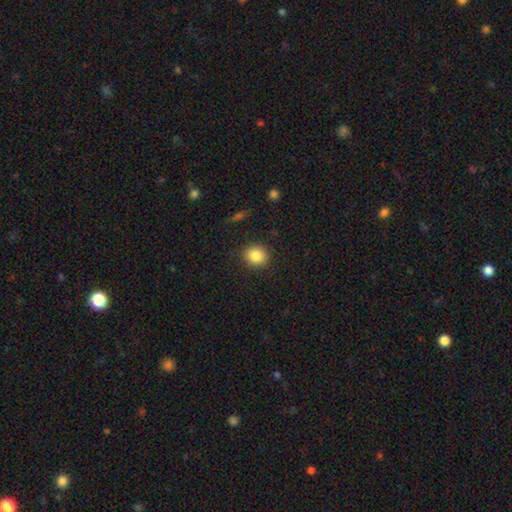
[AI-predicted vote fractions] smooth-or-featured: smooth: 85% | star or artifact: 9% | featured or disk: 6%
  how-rounded: round: 83% | in between: 16% | cigar-shaped: 1%
  merging: none: 89% | minor disturbance: 7% | major disturbance: 2% | merger: 1%